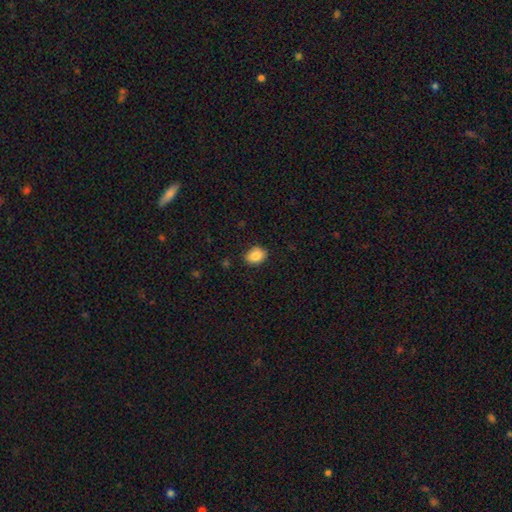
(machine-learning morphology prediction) smooth-or-featured: smooth: 86% | star or artifact: 8% | featured or disk: 6%
  how-rounded: in between: 66% | round: 33% | cigar-shaped: 1%
  merging: none: 86% | minor disturbance: 11% | major disturbance: 2% | merger: 1%